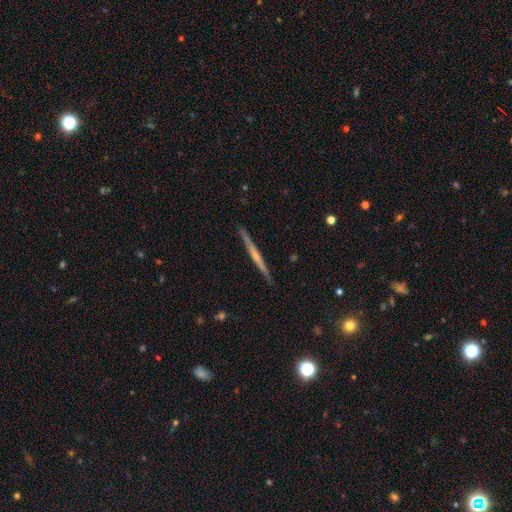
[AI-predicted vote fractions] Overall: featured or disk (70%). Edge-on disk: yes (98%). Edge-on bulge: rounded (56%; none 38%). Merging: none (91%).